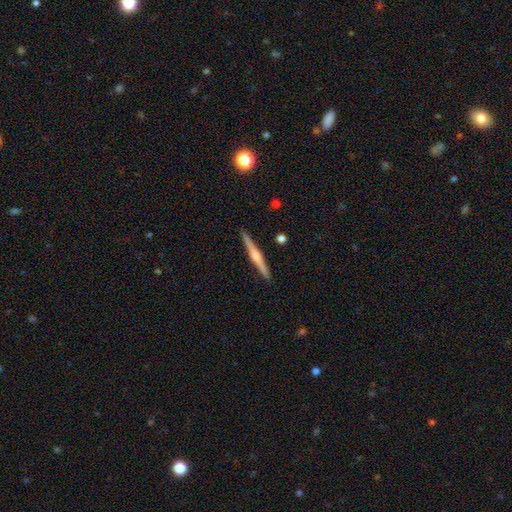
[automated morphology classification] A featured or disk galaxy (74%) viewed edge-on (98%) with a rounded central bulge (81%).

Vote fractions:
- Smooth or featured? featured or disk: 74% / smooth: 20% / star or artifact: 5%
- Edge-on disk? yes: 98% / no: 2%
- Edge-on bulge? rounded: 81% / none: 11% / boxy: 8%
- Merging? none: 93% / minor disturbance: 5% / major disturbance: 1% / merger: 1%